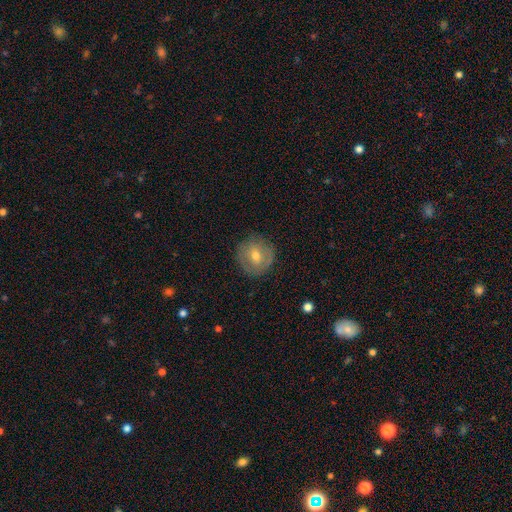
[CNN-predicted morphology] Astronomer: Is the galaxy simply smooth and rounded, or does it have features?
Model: smooth — 53% (runner-up: featured or disk, 38%).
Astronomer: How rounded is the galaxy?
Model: round — 91%.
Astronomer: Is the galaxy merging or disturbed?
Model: none — 84%.